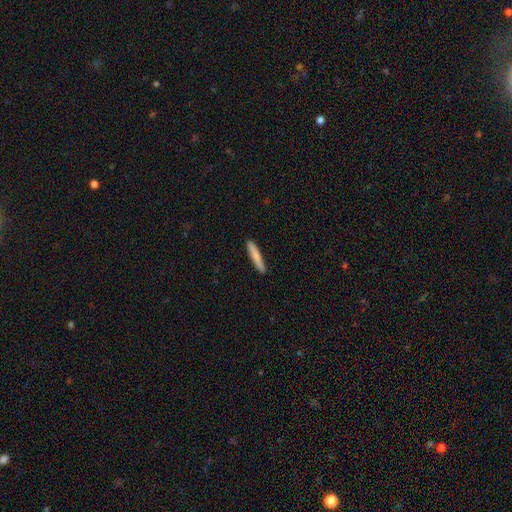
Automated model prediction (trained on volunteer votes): Morphology: type=smooth (77%); roundness=cigar-shaped (92%); merging=none (89%).